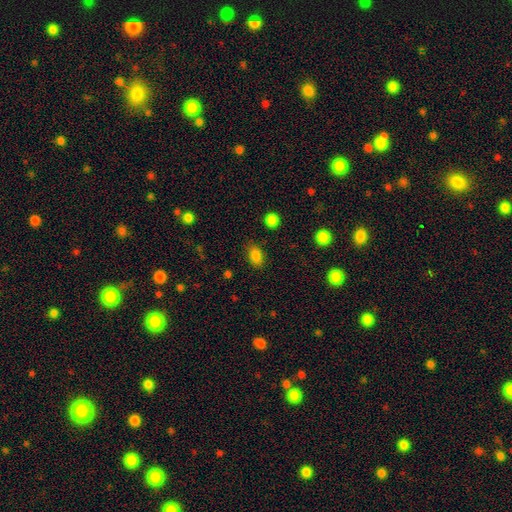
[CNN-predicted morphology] The model was most divided on "how rounded": in between: 83%, round: 15%, cigar-shaped: 2%. More confident: smooth or featured — smooth (84%); merging — none (84%).